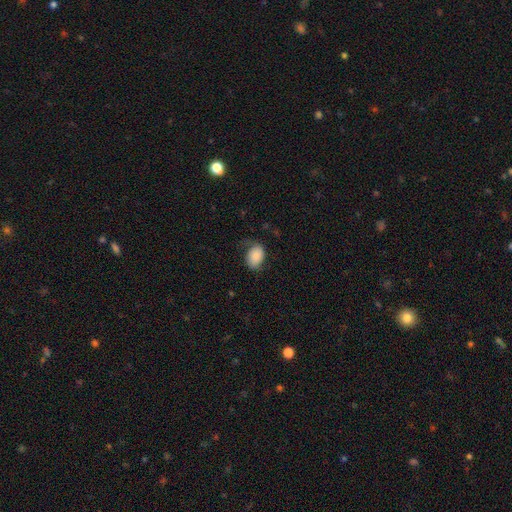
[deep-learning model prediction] This appears to be a smooth galaxy with no disk features (78%) that is in between round and cigar-shaped (80%). Merging: none (56%).